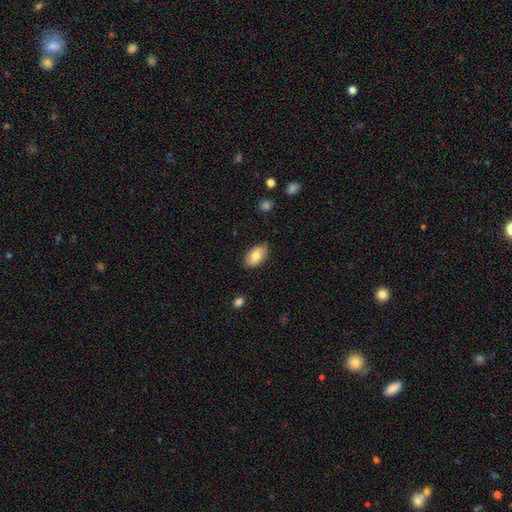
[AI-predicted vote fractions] Q: Smooth or featured?
A: smooth (76%); runner-up: featured or disk (17%)
Q: How rounded?
A: in between (93%); runner-up: round (5%)
Q: Merging?
A: none (81%); runner-up: minor disturbance (16%)